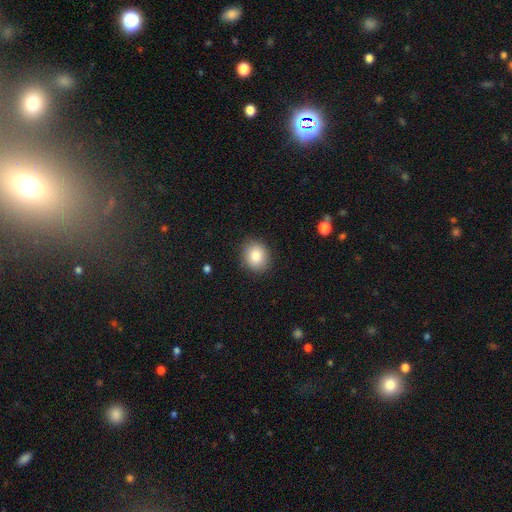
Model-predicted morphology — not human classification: type=smooth (84%); roundness=round (72%); merging=none (88%).